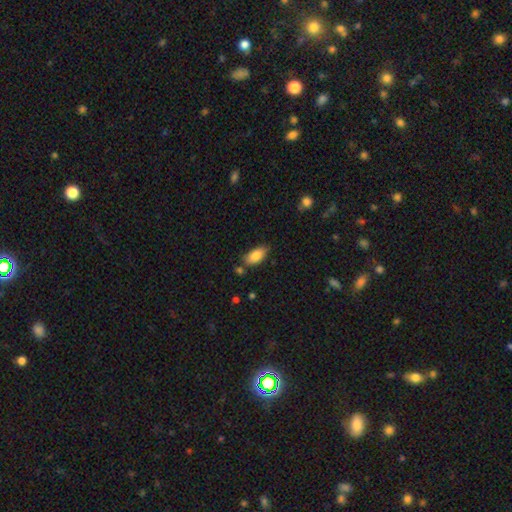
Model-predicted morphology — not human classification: Q: Smooth or featured?
A: smooth (83%); runner-up: featured or disk (10%)
Q: How rounded?
A: in between (90%); runner-up: cigar-shaped (7%)
Q: Merging?
A: none (69%); runner-up: minor disturbance (21%)